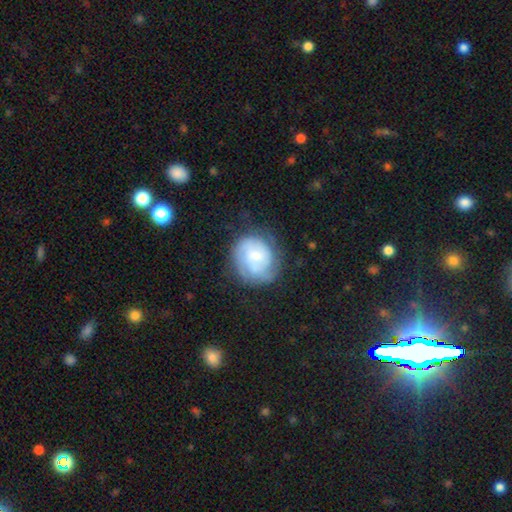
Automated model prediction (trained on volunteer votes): This appears to be a featured or disk galaxy (55%) with no bar (61%), spiral arms (77%) and a small central bulge (50%). Merging: none (58%).